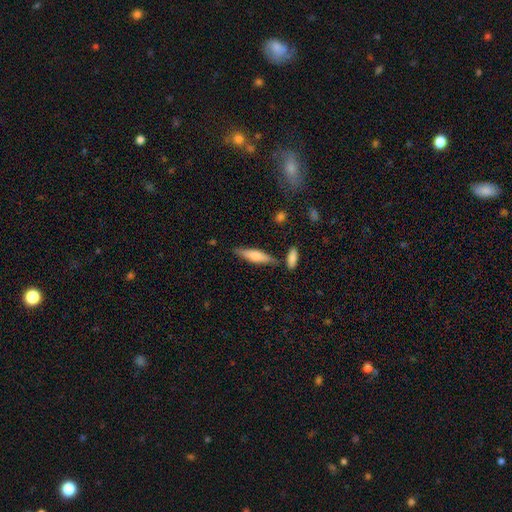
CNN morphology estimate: smooth-or-featured: smooth: 61% | featured or disk: 33% | star or artifact: 6%
  how-rounded: cigar-shaped: 69% | in between: 29% | round: 2%
  merging: none: 75% | minor disturbance: 14% | merger: 8% | major disturbance: 3%